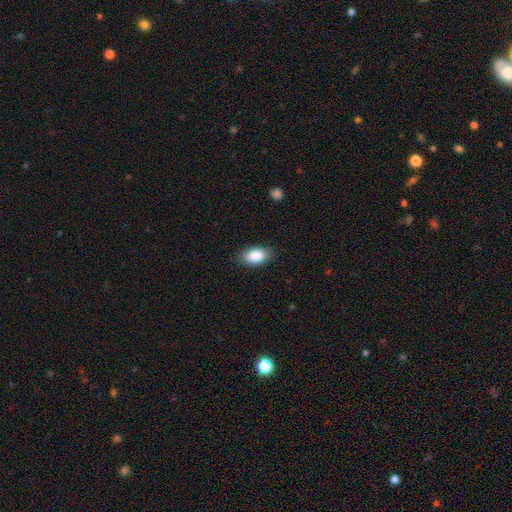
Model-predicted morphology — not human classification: Smooth or featured: smooth — 88% (star or artifact — 7%)
How rounded: in between — 93% (round — 4%)
Merging: none — 87% (minor disturbance — 10%)